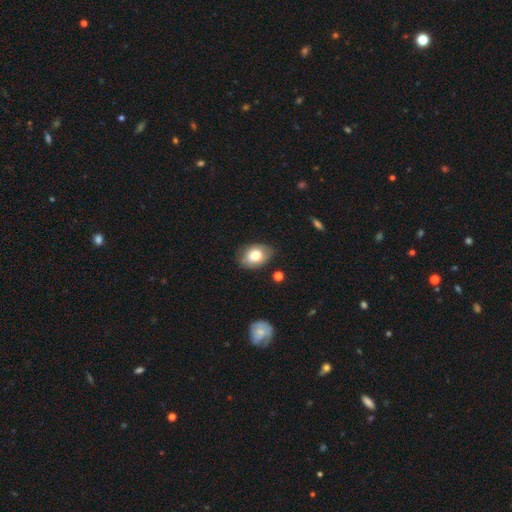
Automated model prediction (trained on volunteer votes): Smooth or featured?
  - smooth: 75% *
  - featured or disk: 17%
  - star or artifact: 8%
How rounded?
  - in between: 74% *
  - round: 25%
  - cigar-shaped: 1%
Merging?
  - none: 77% *
  - minor disturbance: 18%
  - major disturbance: 3%
  - merger: 2%